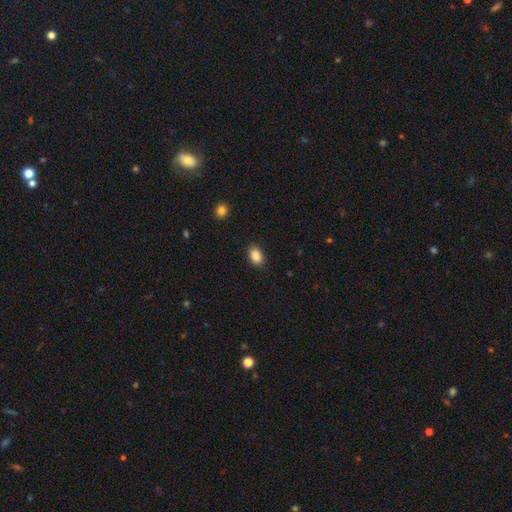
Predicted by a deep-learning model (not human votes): A smooth galaxy with no disk features (87%) that is in between round and cigar-shaped (85%). Merging: none (89%).